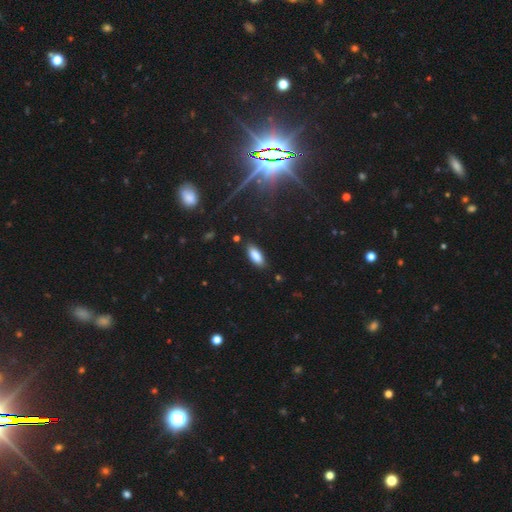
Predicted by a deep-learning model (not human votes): Smooth or featured? Predicted: smooth (p=0.85). How rounded? Predicted: in between (p=0.79). Merging? Predicted: none (p=0.84).